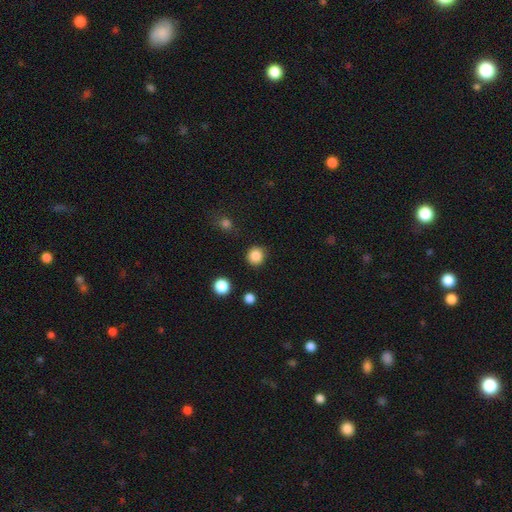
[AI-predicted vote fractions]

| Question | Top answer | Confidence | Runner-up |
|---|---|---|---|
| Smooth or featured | smooth | 86% | star or artifact (11%) |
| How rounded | round | 92% | in between (7%) |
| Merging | none | 88% | minor disturbance (7%) |